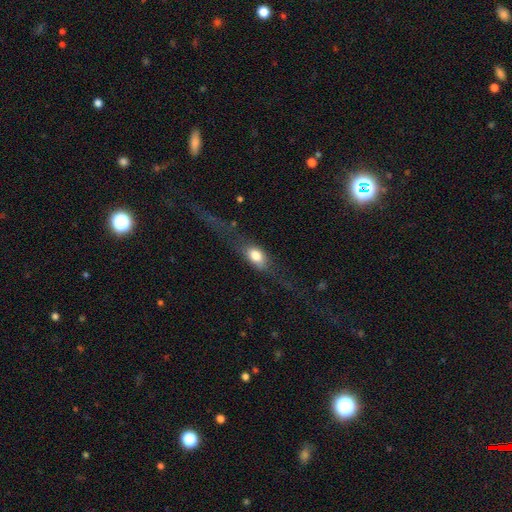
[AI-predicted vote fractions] Smooth or featured: smooth — 56% (featured or disk — 36%)
How rounded: in between — 62% (cigar-shaped — 22%)
Merging: none — 47% (major disturbance — 31%)